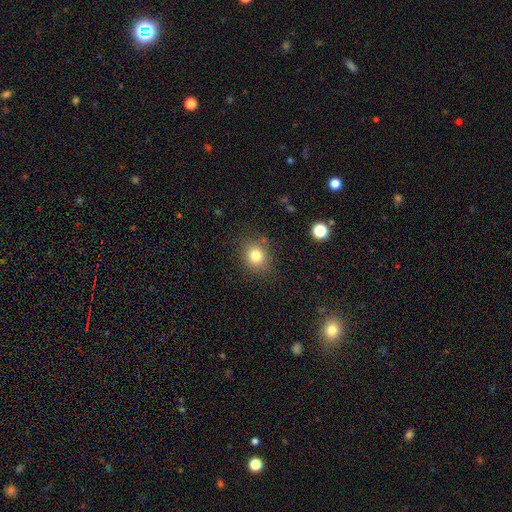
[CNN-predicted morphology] type=smooth (80%); roundness=round (77%); merging=none (83%).